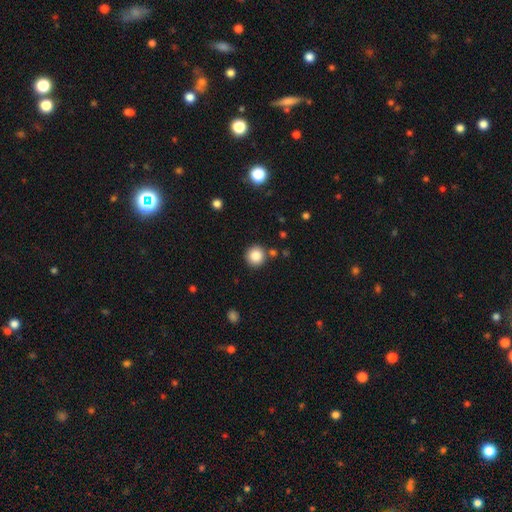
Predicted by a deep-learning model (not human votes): A smooth galaxy with no disk features (86%) that is round (94%). Merging: none (86%).